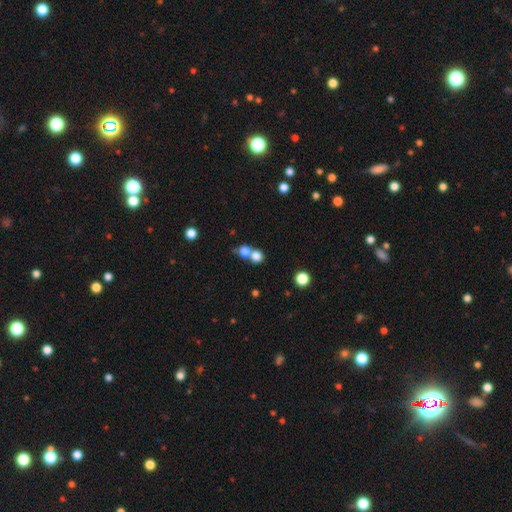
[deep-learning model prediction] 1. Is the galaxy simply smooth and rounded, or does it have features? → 78% smooth, 13% star or artifact, 9% featured or disk.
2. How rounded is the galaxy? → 80% round, 18% in between, 1% cigar-shaped.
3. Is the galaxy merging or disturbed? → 50% merger, 41% none, 6% minor disturbance, 3% major disturbance.